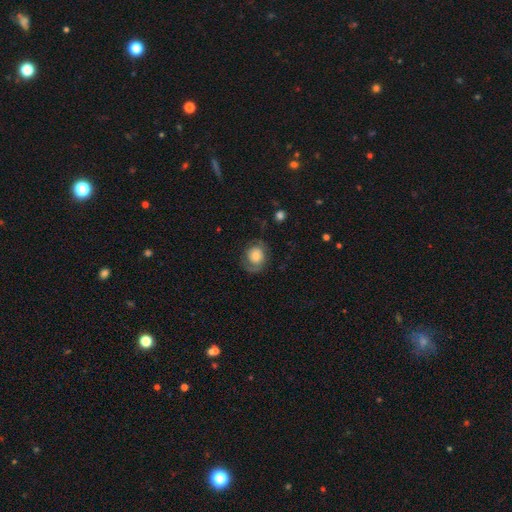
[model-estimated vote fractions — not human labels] Smooth or featured? smooth (53%)
How rounded? round (69%)
Merging? none (62%)